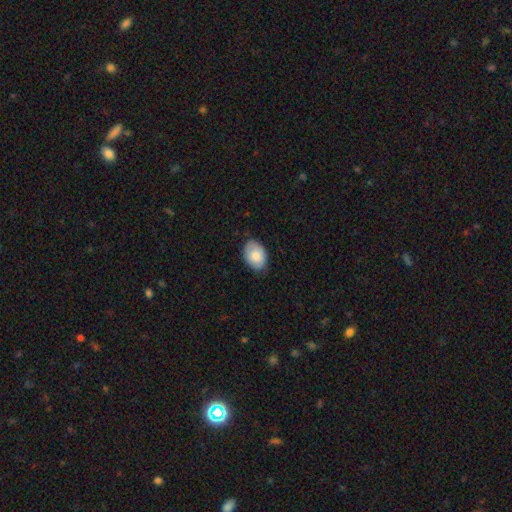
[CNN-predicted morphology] This appears to be a smooth galaxy with no disk features (82%) that is in between round and cigar-shaped (85%). Merging: none (75%).